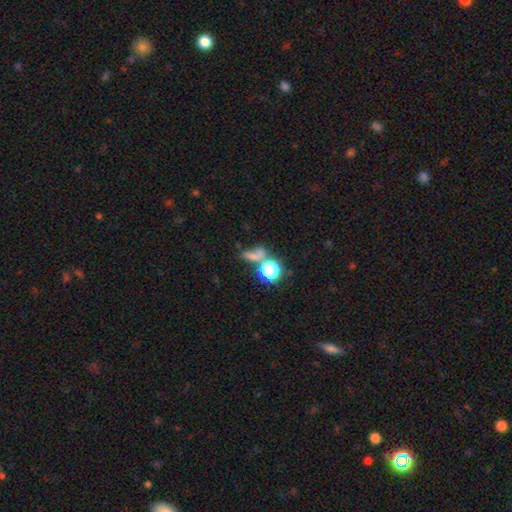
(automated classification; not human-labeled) Smooth or featured?
  - smooth: 56% *
  - star or artifact: 30%
  - featured or disk: 14%
How rounded?
  - round: 46% *
  - in between: 44%
  - cigar-shaped: 10%
Merging?
  - none: 38% *
  - merger: 36%
  - major disturbance: 14%
  - minor disturbance: 12%